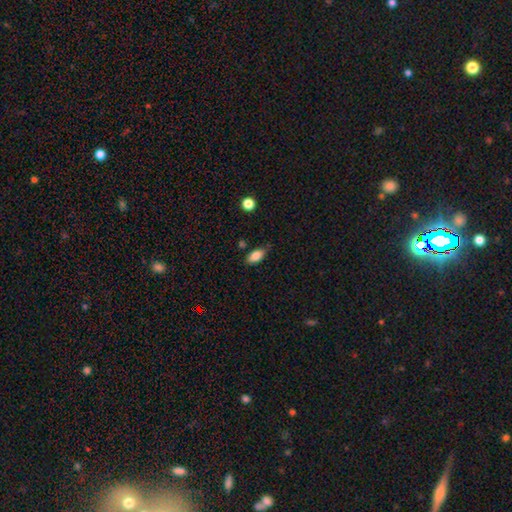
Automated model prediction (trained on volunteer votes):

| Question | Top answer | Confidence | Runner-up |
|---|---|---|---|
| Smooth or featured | smooth | 85% | star or artifact (8%) |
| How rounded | in between | 90% | cigar-shaped (6%) |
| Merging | none | 73% | minor disturbance (21%) |